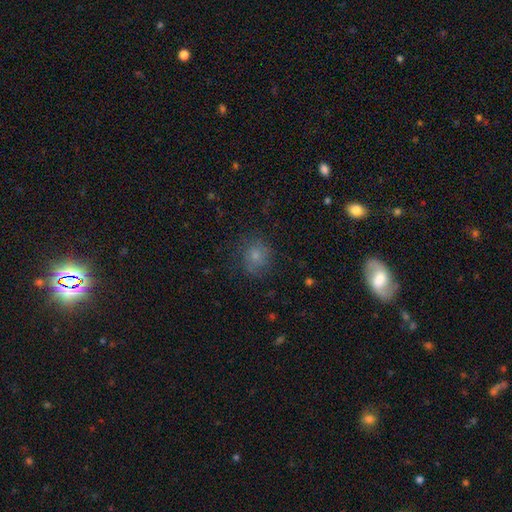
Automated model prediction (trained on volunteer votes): Overall: smooth (71%). How rounded: round (78%). Merging: none (72%).